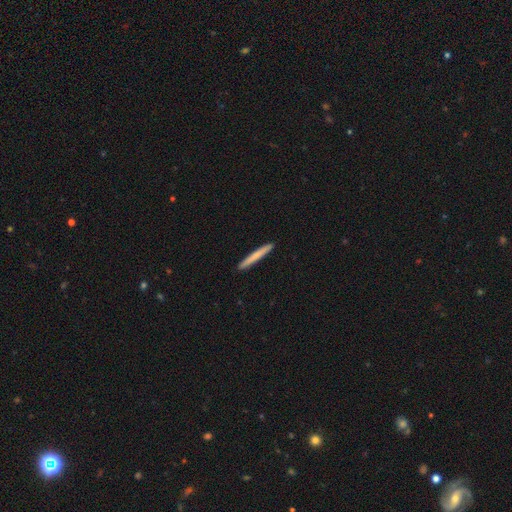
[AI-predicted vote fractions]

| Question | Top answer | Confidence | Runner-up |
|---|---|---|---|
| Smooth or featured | smooth | 71% | featured or disk (24%) |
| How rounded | cigar-shaped | 97% | in between (2%) |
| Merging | none | 93% | minor disturbance (5%) |